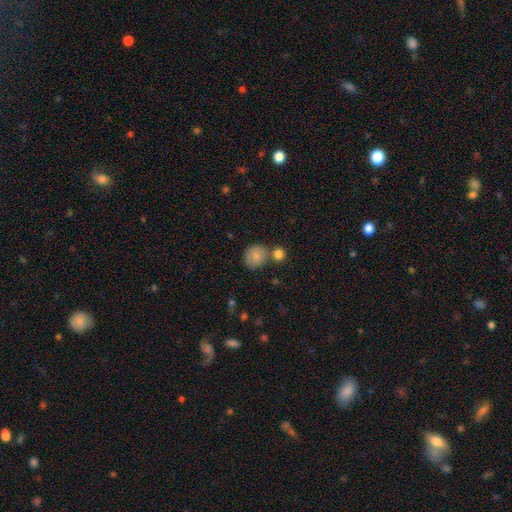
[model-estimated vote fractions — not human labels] Morphology: type=smooth (83%); roundness=round (72%); merging=none (59%).